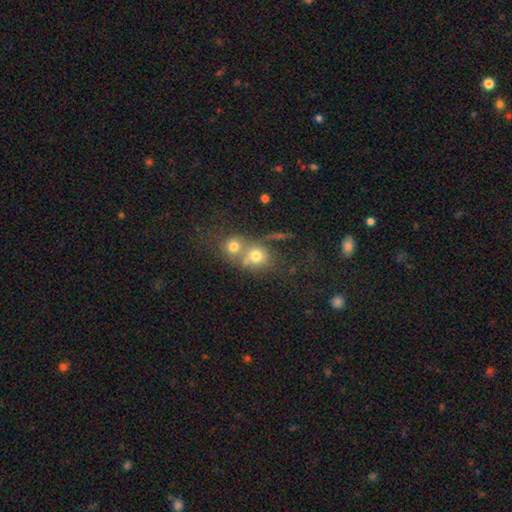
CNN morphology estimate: Smooth or featured? Predicted: smooth (p=0.70). How rounded? Predicted: round (p=0.76). Merging? Predicted: merger (p=0.54).